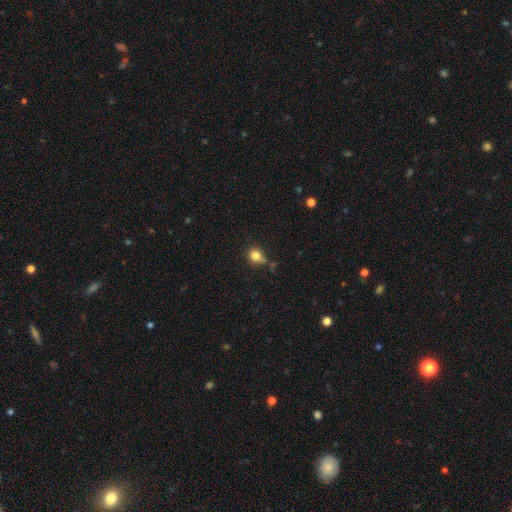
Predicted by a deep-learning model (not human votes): This is clearly a smooth galaxy (80%). How rounded: likely round (71%). Merging: possibly none (53%).